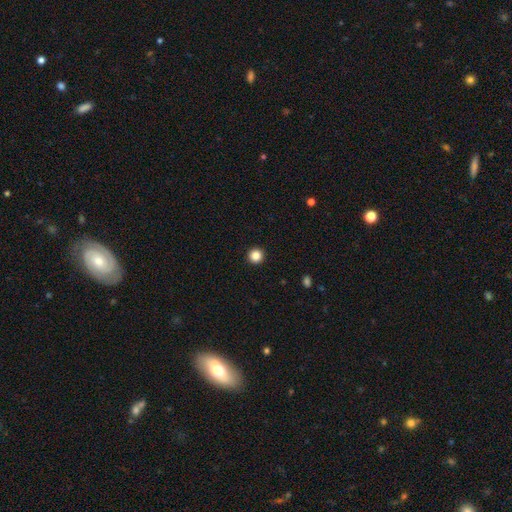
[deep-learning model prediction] Smooth or featured?
  - smooth: 85% *
  - star or artifact: 11%
  - featured or disk: 4%
How rounded?
  - round: 96% *
  - in between: 3%
  - cigar-shaped: 1%
Merging?
  - none: 94% *
  - minor disturbance: 3%
  - major disturbance: 1%
  - merger: 1%